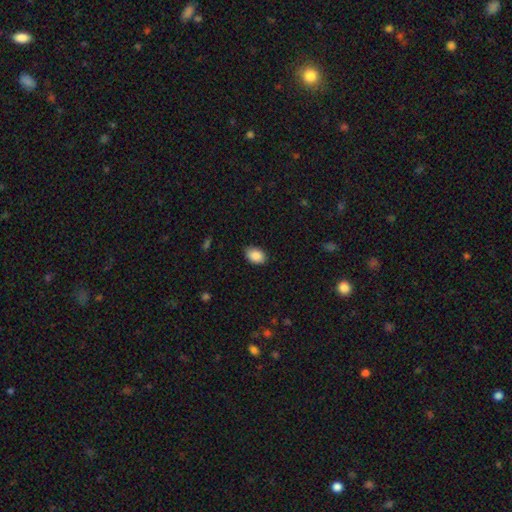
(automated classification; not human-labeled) The model was most divided on "how rounded": in between: 83%, round: 16%, cigar-shaped: 1%. More confident: smooth or featured — smooth (89%); merging — none (84%).